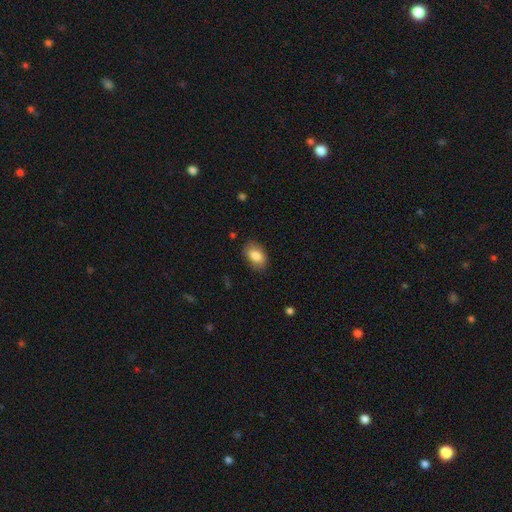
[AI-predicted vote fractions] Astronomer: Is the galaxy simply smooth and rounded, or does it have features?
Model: smooth — 83%.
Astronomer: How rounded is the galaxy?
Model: in between — 90%.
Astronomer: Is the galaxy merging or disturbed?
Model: none — 83%.